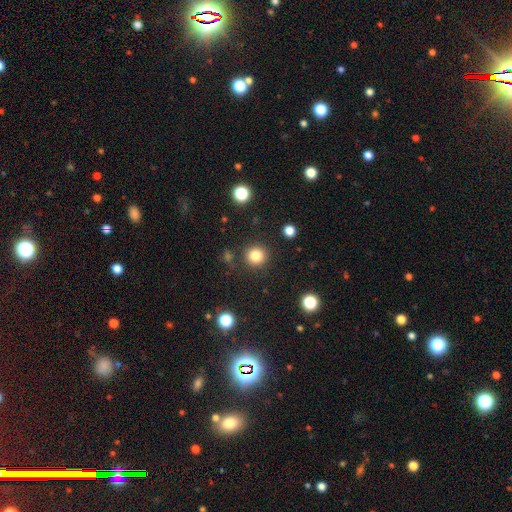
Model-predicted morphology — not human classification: smooth-or-featured: smooth: 82% | star or artifact: 12% | featured or disk: 6%
  how-rounded: round: 94% | in between: 5% | cigar-shaped: 1%
  merging: none: 89% | minor disturbance: 6% | major disturbance: 3% | merger: 2%